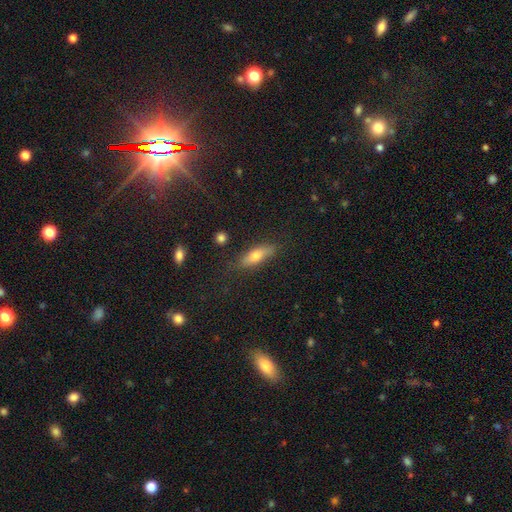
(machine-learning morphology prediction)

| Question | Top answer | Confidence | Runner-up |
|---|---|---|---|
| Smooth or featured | smooth | 64% | featured or disk (28%) |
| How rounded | in between | 49% | cigar-shaped (48%) |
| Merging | none | 80% | minor disturbance (14%) |